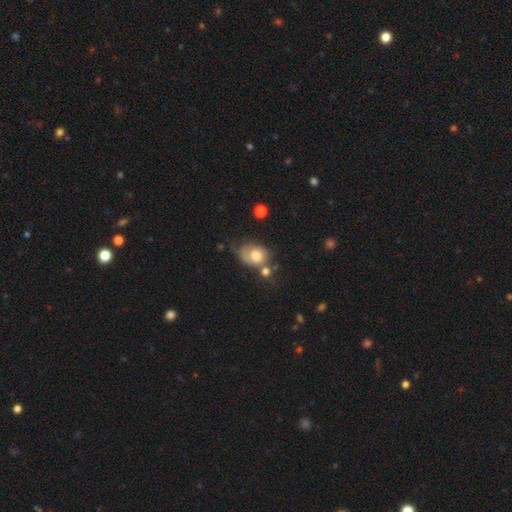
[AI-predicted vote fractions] The model was most divided on "how rounded": in between: 50%, round: 48%, cigar-shaped: 1%. Remaining: smooth or featured — smooth (64%); merging — none (30%).